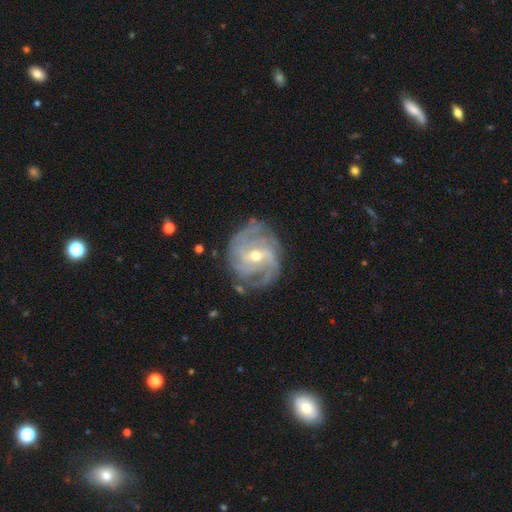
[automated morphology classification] A featured or disk galaxy (91%) with a weak bar (52%), 4 (29%) tight (60%) spiral arms (98%) and a moderate central bulge (52%).

Vote fractions:
- Smooth or featured? featured or disk: 91% / star or artifact: 5% / smooth: 4%
- Edge-on disk? no: 98% / yes: 2%
- Bar? weak: 52% / no: 27% / strong: 21%
- Spiral arms? yes: 98% / no: 2%
- Spiral winding? tight: 60% / medium: 33% / loose: 7%
- Spiral arm count? 4: 29% / 3: 24% / can't tell: 19% / 2: 13% / more than 4: 9% / 1: 6%
- Bulge size? moderate: 52% / small: 45% / large: 2% / none: 1% / dominant: 1%
- Merging? none: 78% / minor disturbance: 15% / major disturbance: 5% / merger: 1%